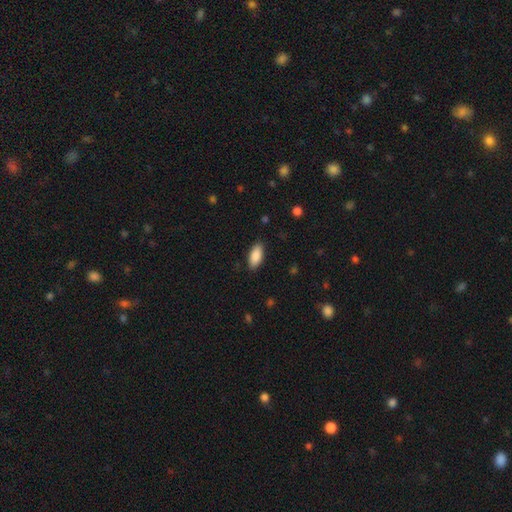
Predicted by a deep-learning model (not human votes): smooth_or_featured: smooth (p=0.89) [alt: star or artifact p=0.06]
how_rounded: in between (p=0.89) [alt: cigar-shaped p=0.09]
merging: none (p=0.87) [alt: minor disturbance p=0.10]